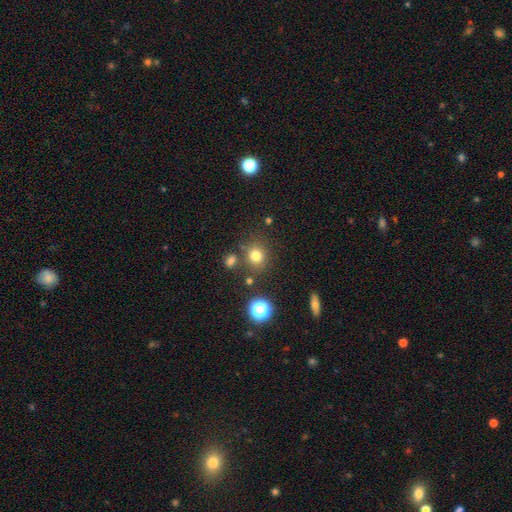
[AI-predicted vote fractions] A smooth galaxy with no disk features (76%) that is round (79%).

Vote fractions:
- Smooth or featured? smooth: 76% / star or artifact: 17% / featured or disk: 7%
- How rounded? round: 79% / in between: 20% / cigar-shaped: 1%
- Merging? none: 77% / minor disturbance: 11% / merger: 8% / major disturbance: 4%